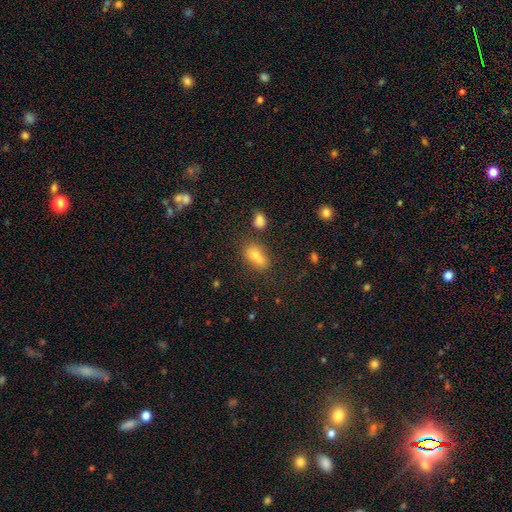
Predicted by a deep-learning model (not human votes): A smooth galaxy with no disk features (67%) that is in between round and cigar-shaped (67%). Merging: merger (43%).